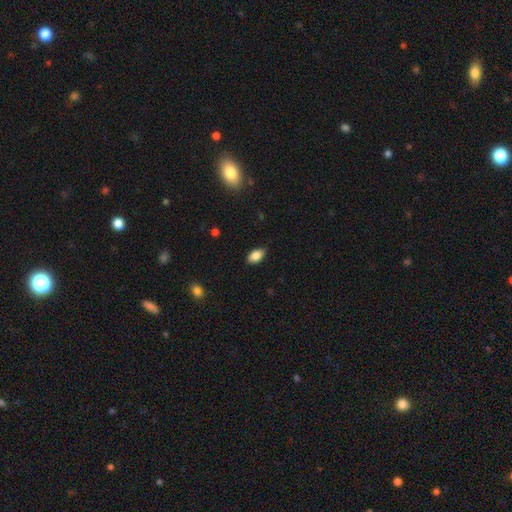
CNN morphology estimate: A smooth galaxy with no disk features (83%) that is in between round and cigar-shaped (91%). Merging: none (83%).